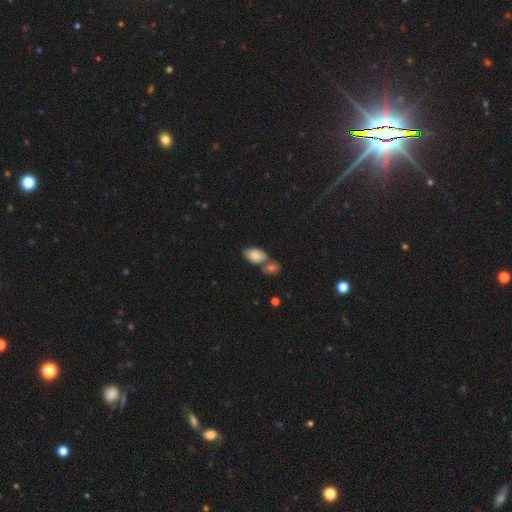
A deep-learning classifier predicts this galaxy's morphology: Smooth or featured: smooth — 80% (featured or disk — 12%)
How rounded: in between — 90% (round — 8%)
Merging: merger — 43% (none — 40%)